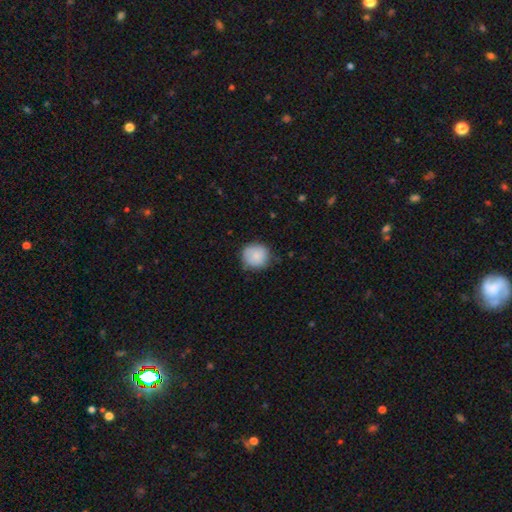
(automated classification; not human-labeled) Q: Smooth or featured?
A: smooth (82%); runner-up: featured or disk (11%)
Q: How rounded?
A: round (89%); runner-up: in between (10%)
Q: Merging?
A: none (74%); runner-up: minor disturbance (21%)